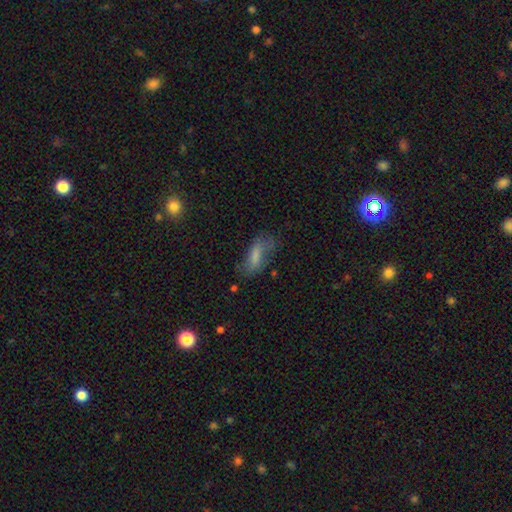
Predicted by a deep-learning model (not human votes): Smooth or featured? smooth (64%)
How rounded? in between (70%)
Merging? none (51%)